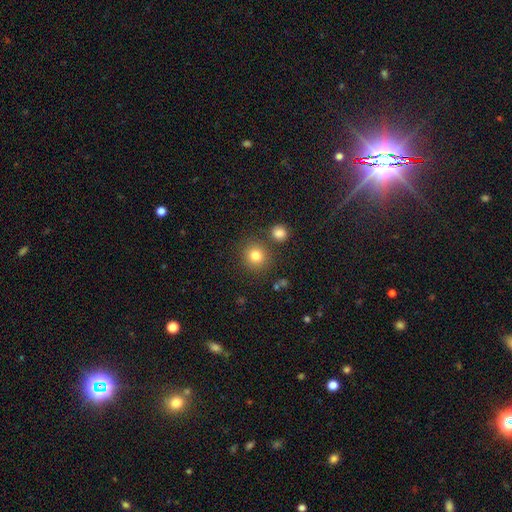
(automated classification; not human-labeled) smooth 82%, star or artifact 12%, featured or disk 6%. Down the decision tree: how rounded — round (89%); merging — none (82%).